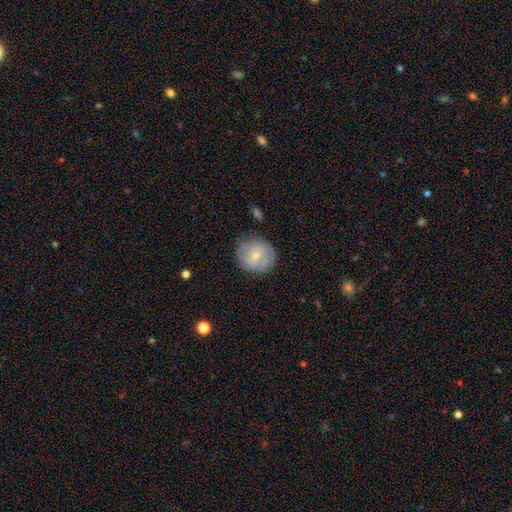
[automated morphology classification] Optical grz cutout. It shows a smooth galaxy with no disk features (58%) that is round (85%). Merging: none (77%).